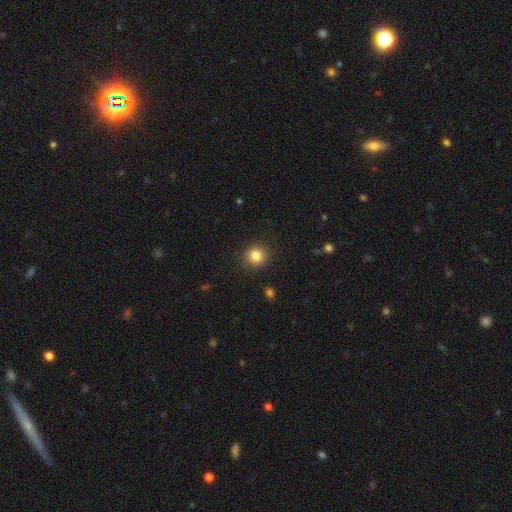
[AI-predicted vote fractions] A smooth galaxy with no disk features (84%) that is round (90%).

Vote fractions:
- Smooth or featured? smooth: 84% / star or artifact: 10% / featured or disk: 6%
- How rounded? round: 90% / in between: 9% / cigar-shaped: 1%
- Merging? none: 90% / minor disturbance: 6% / major disturbance: 2% / merger: 1%